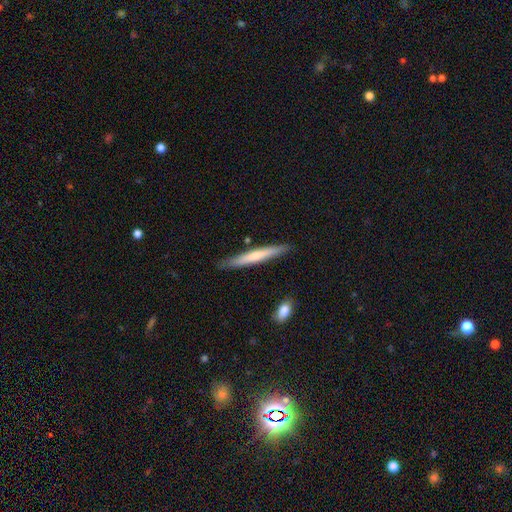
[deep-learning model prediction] smooth-or-featured: smooth: 57% | featured or disk: 38% | star or artifact: 5%
  how-rounded: cigar-shaped: 96% | in between: 3% | round: 1%
  merging: none: 87% | minor disturbance: 9% | merger: 2% | major disturbance: 2%